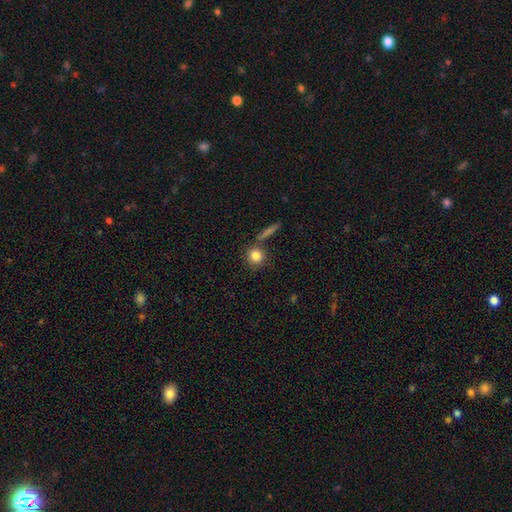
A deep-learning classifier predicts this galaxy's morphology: smooth-or-featured: smooth: 84% | star or artifact: 9% | featured or disk: 7%
  how-rounded: round: 89% | in between: 9% | cigar-shaped: 2%
  merging: none: 76% | merger: 12% | minor disturbance: 9% | major disturbance: 3%